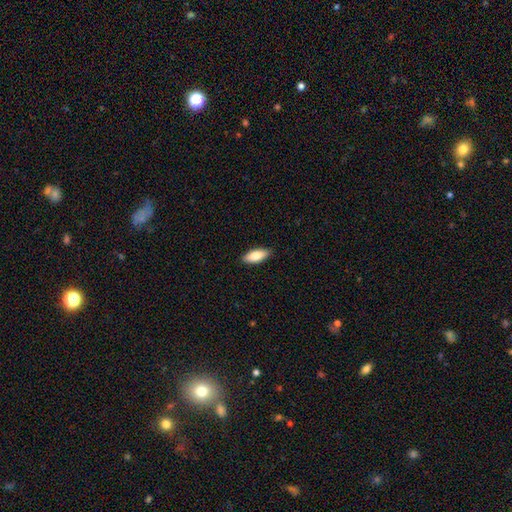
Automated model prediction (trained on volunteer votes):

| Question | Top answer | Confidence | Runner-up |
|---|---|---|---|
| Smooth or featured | smooth | 83% | featured or disk (11%) |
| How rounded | in between | 76% | cigar-shaped (22%) |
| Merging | none | 89% | minor disturbance (8%) |